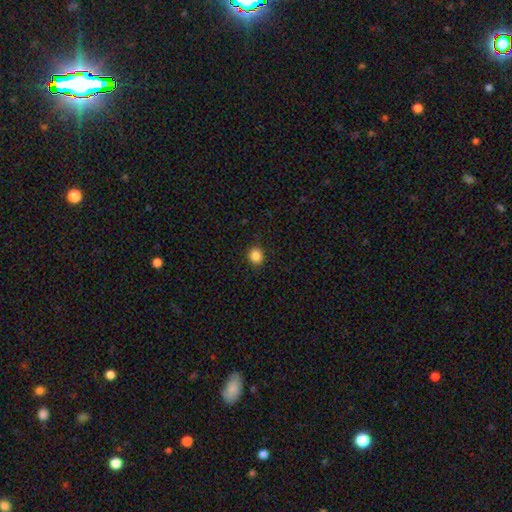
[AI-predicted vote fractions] Morphology: type=smooth (86%); roundness=round (87%); merging=none (90%).